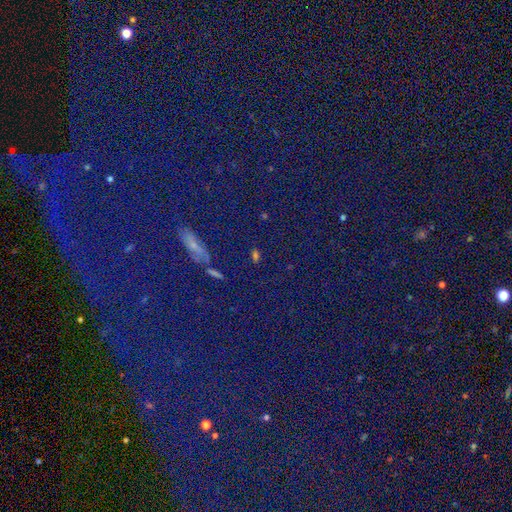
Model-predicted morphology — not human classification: smooth_or_featured: star or artifact (p=0.69) [alt: smooth p=0.19]